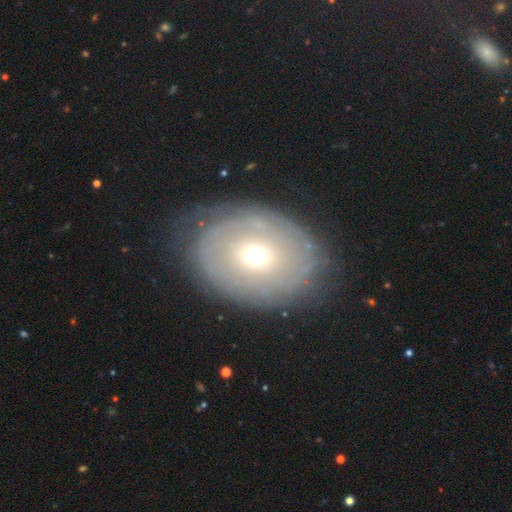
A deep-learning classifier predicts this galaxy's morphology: Smooth or featured: featured or disk — 59% (smooth — 32%)
Edge-on disk: no — 94% (yes — 6%)
Bar: no — 78% (weak — 17%)
Spiral arms: yes — 55% (no — 45%)
Bulge size: small — 50% (moderate — 44%)
Merging: none — 69% (minor disturbance — 19%)